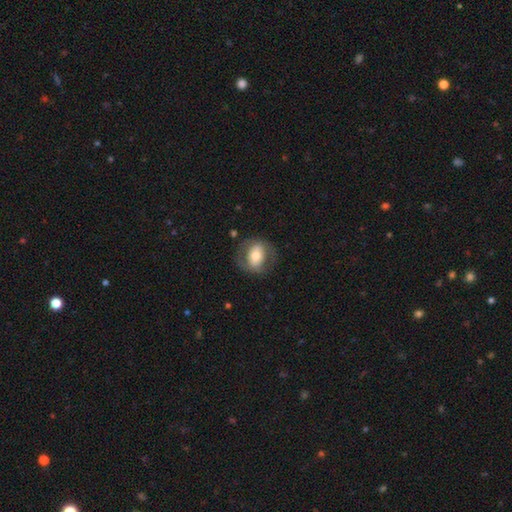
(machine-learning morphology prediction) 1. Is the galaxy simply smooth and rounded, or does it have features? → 50% smooth, 43% featured or disk, 6% star or artifact.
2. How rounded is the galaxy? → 55% round, 43% in between, 1% cigar-shaped.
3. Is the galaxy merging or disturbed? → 73% none, 15% minor disturbance, 11% major disturbance, 1% merger.